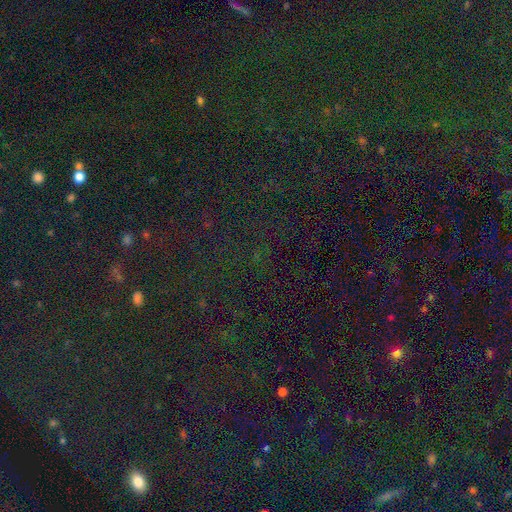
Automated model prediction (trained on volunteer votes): The model was most divided on "smooth or featured": star or artifact: 81%, smooth: 12%, featured or disk: 7%.